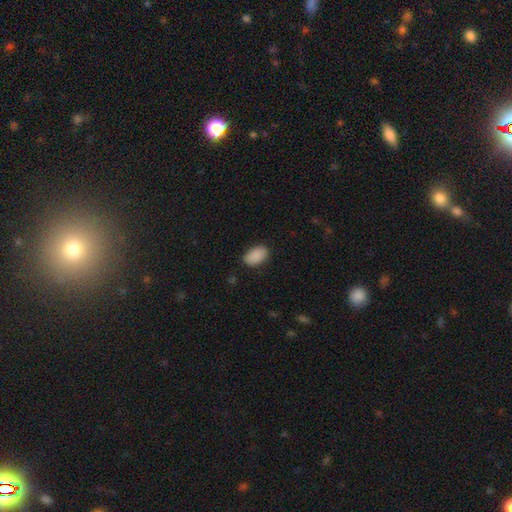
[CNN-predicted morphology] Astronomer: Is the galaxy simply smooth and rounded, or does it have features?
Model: smooth — 90%.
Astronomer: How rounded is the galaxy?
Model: in between — 92%.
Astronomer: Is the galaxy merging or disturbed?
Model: none — 85%.